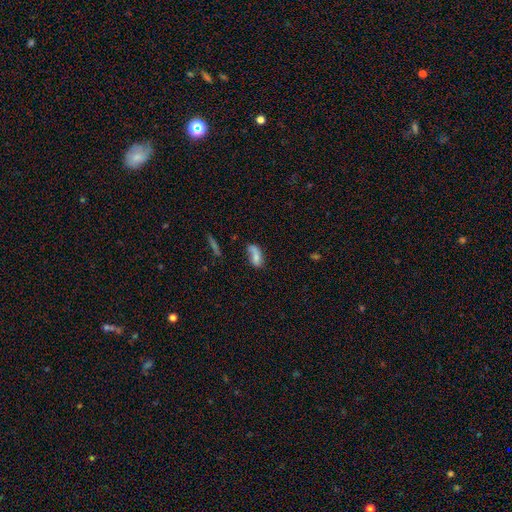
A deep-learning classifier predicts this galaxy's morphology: This appears to be a smooth galaxy with no disk features (66%) that is in between round and cigar-shaped (84%). Merging: none (44%).